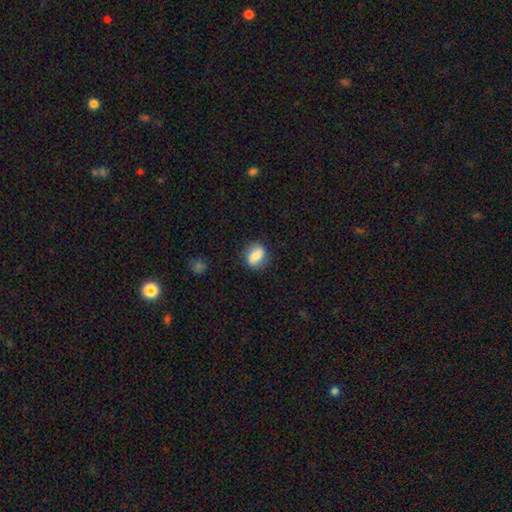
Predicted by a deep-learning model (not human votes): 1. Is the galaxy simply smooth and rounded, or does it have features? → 72% smooth, 20% featured or disk, 8% star or artifact.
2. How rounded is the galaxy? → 51% in between, 47% round, 2% cigar-shaped.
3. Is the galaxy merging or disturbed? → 79% none, 16% minor disturbance, 4% major disturbance, 2% merger.